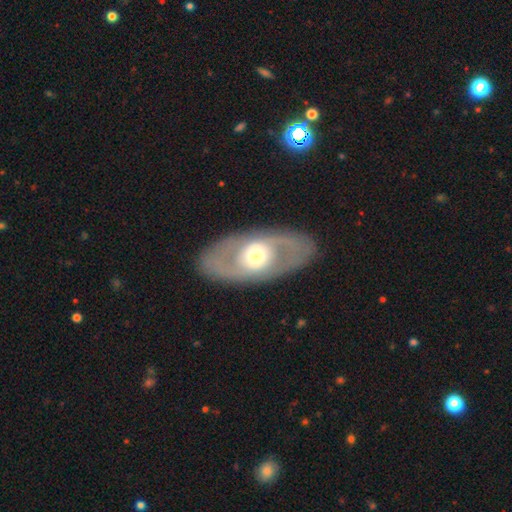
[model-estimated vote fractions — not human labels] Smooth or featured? Predicted: featured or disk (p=0.70). Edge-on disk? Predicted: no (p=0.89). Bar? Predicted: no (p=0.67). Spiral arms? Predicted: no (p=0.58). Bulge size? Predicted: moderate (p=0.64). Merging? Predicted: none (p=0.85).